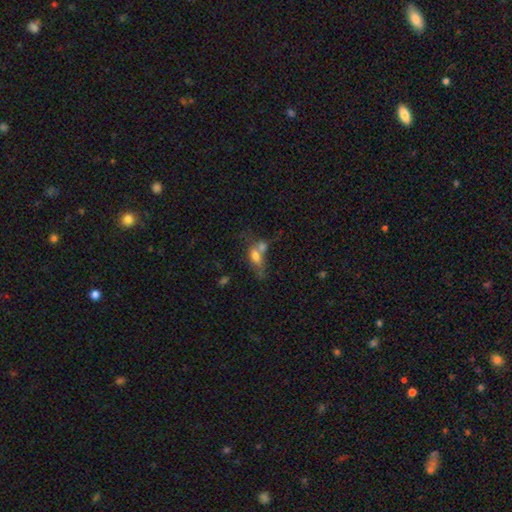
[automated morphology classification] A smooth galaxy with no disk features (65%) that is in between round and cigar-shaped (75%).

Vote fractions:
- Smooth or featured? smooth: 65% / featured or disk: 24% / star or artifact: 11%
- How rounded? in between: 75% / round: 15% / cigar-shaped: 10%
- Merging? merger: 61% / none: 18% / major disturbance: 11% / minor disturbance: 10%